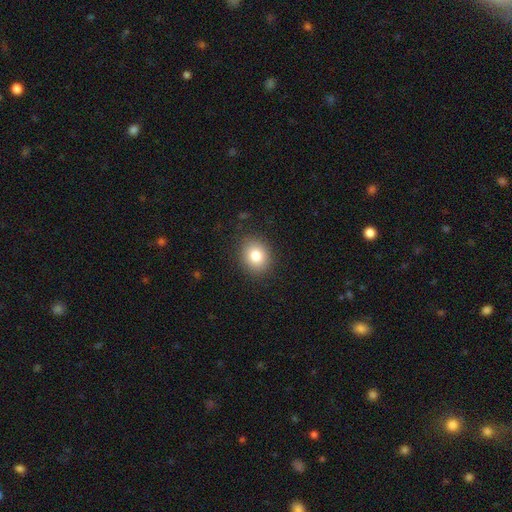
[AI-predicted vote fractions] Q: Smooth or featured?
A: smooth (81%); runner-up: star or artifact (10%)
Q: How rounded?
A: round (63%); runner-up: in between (36%)
Q: Merging?
A: none (87%); runner-up: minor disturbance (9%)